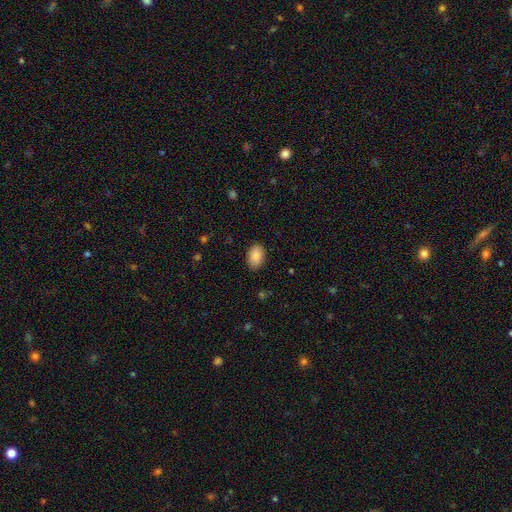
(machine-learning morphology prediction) Smooth or featured? Predicted: smooth (p=0.89). How rounded? Predicted: in between (p=0.89). Merging? Predicted: none (p=0.87).